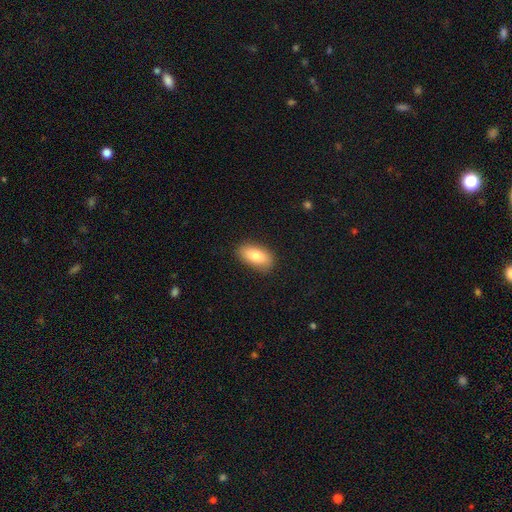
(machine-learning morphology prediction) A smooth galaxy with no disk features (81%) that is in between round and cigar-shaped (90%).

Vote fractions:
- Smooth or featured? smooth: 81% / featured or disk: 12% / star or artifact: 7%
- How rounded? in between: 90% / cigar-shaped: 6% / round: 4%
- Merging? none: 86% / minor disturbance: 10% / major disturbance: 2% / merger: 1%